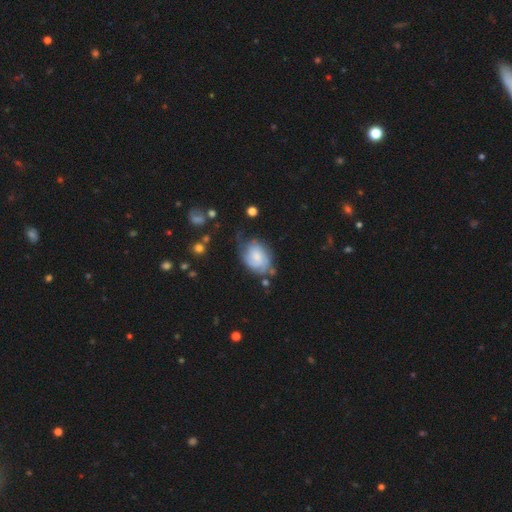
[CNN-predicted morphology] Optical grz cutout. It shows a featured or disk galaxy (50%). Merging: none (49%).